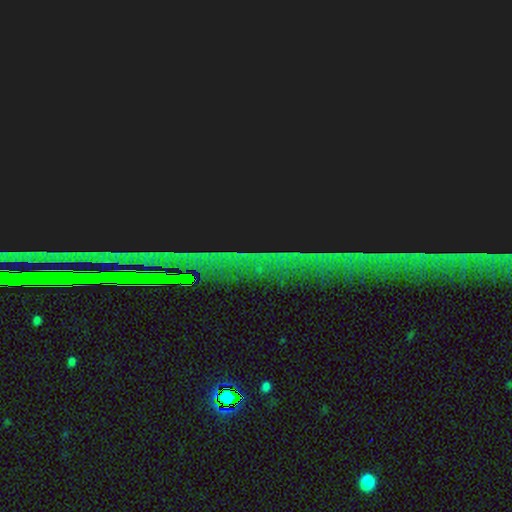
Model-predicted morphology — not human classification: Q: Smooth or featured?
A: star or artifact (87%); runner-up: featured or disk (7%)